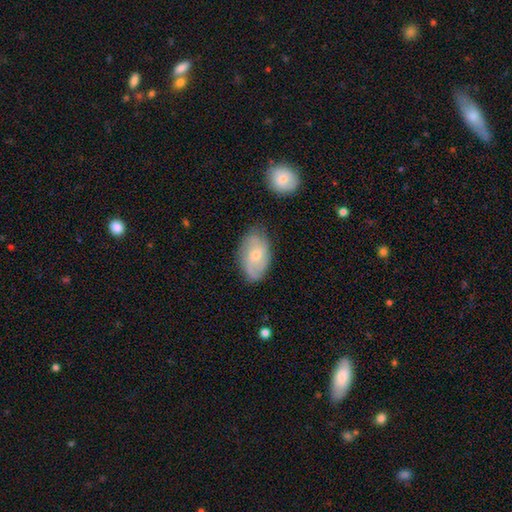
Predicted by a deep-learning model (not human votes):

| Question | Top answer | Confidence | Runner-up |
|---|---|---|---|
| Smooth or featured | featured or disk | 60% | smooth (33%) |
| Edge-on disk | no | 95% | yes (5%) |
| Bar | no | 67% | weak (29%) |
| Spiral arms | yes | 86% | no (14%) |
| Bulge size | small | 62% | moderate (34%) |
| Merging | none | 73% | minor disturbance (20%) |